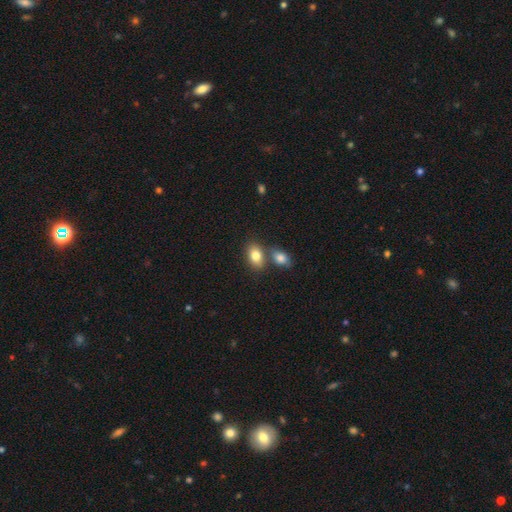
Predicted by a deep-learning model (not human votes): smooth-or-featured: smooth: 82% | featured or disk: 10% | star or artifact: 8%
  how-rounded: in between: 81% | round: 18% | cigar-shaped: 1%
  merging: none: 55% | merger: 32% | minor disturbance: 11% | major disturbance: 3%